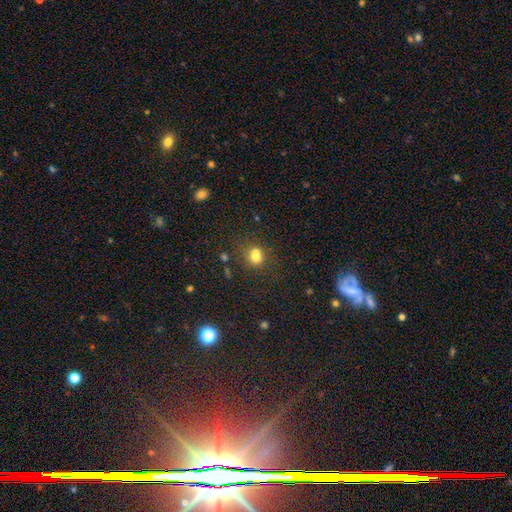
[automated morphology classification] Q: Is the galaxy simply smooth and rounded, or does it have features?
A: smooth — 71%.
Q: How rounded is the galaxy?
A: round — 66%.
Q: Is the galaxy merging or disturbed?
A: none — 43%.